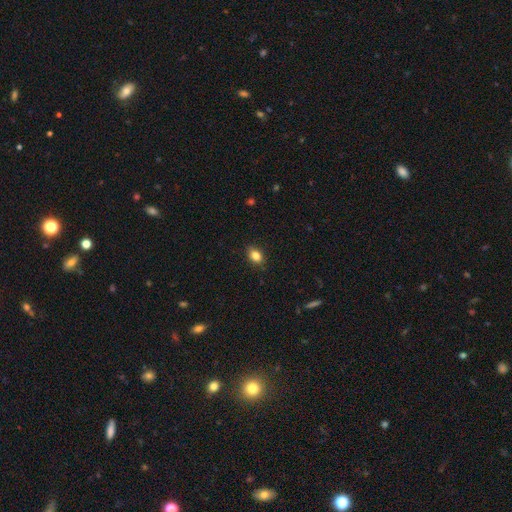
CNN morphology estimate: A smooth galaxy with no disk features (83%) that is in between round and cigar-shaped (71%).

Vote fractions:
- Smooth or featured? smooth: 83% / star or artifact: 10% / featured or disk: 7%
- How rounded? in between: 71% / round: 27% / cigar-shaped: 2%
- Merging? none: 85% / minor disturbance: 12% / major disturbance: 2% / merger: 1%